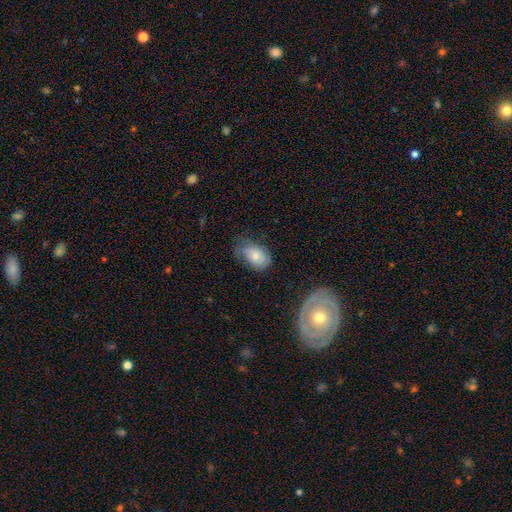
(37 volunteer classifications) Overall: smooth (81%). How rounded: in between (93%). Merging: minor disturbance (53%; none 32%).